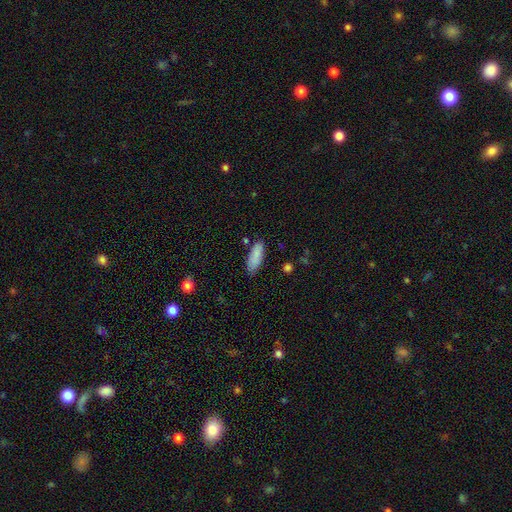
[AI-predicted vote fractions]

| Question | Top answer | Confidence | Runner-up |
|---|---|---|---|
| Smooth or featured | smooth | 86% | featured or disk (7%) |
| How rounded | in between | 72% | cigar-shaped (26%) |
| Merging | none | 77% | minor disturbance (17%) |